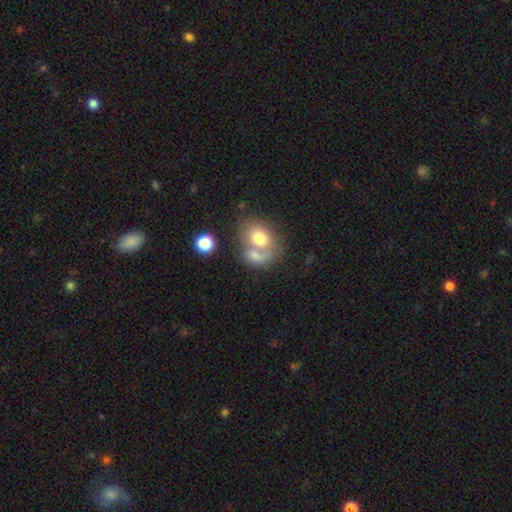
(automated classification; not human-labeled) Smooth or featured: smooth — 68% (featured or disk — 22%)
How rounded: in between — 58% (round — 41%)
Merging: merger — 57% (none — 25%)